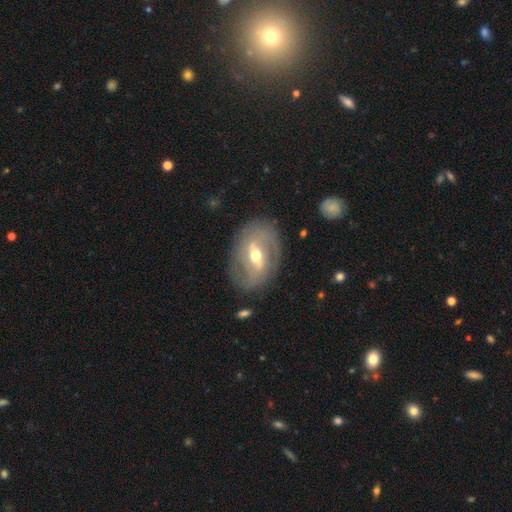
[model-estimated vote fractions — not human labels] A featured or disk galaxy (80%) with a strong bar (46%), 2 (68%) tight (40%) spiral arms (77%) and a moderate central bulge (67%).

Vote fractions:
- Smooth or featured? featured or disk: 80% / smooth: 15% / star or artifact: 6%
- Edge-on disk? no: 93% / yes: 7%
- Bar? strong: 46% / weak: 40% / no: 14%
- Spiral arms? yes: 77% / no: 23%
- Spiral winding? tight: 40% / medium: 38% / loose: 22%
- Spiral arm count? 2: 68% / can't tell: 20% / 3: 5% / 1: 4% / 4: 2% / more than 4: 2%
- Bulge size? moderate: 67% / small: 27% / large: 4% / dominant: 1% / none: 1%
- Merging? none: 78% / minor disturbance: 14% / major disturbance: 6% / merger: 2%